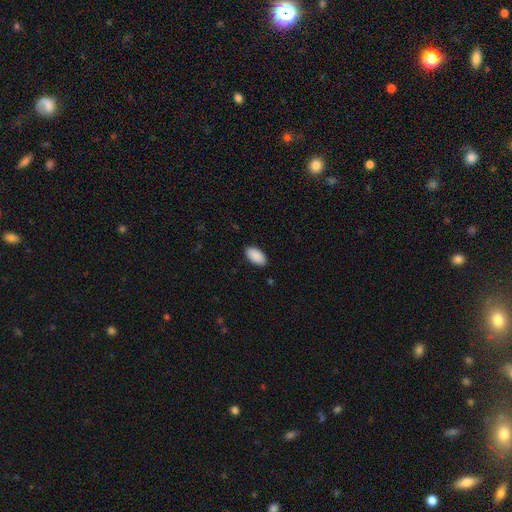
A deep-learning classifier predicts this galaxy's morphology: A smooth galaxy with no disk features (91%) that is in between round and cigar-shaped (95%).

Vote fractions:
- Smooth or featured? smooth: 91% / star or artifact: 6% / featured or disk: 3%
- How rounded? in between: 95% / round: 2% / cigar-shaped: 2%
- Merging? none: 89% / minor disturbance: 8% / major disturbance: 2% / merger: 1%